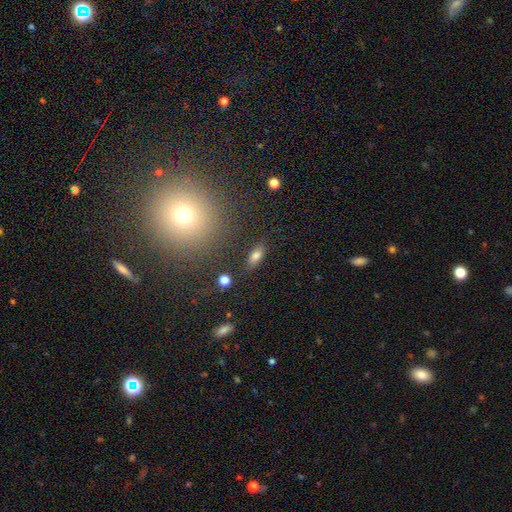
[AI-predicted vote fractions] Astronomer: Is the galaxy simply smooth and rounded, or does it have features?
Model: smooth — 78%.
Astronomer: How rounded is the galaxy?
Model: in between — 78%.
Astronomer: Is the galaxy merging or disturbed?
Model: none — 83%.